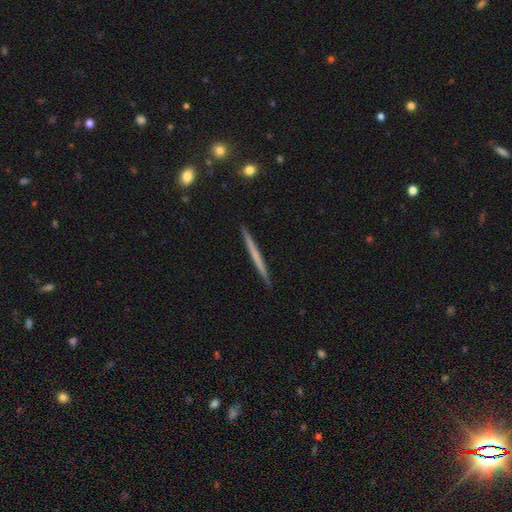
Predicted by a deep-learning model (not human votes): Smooth or featured? featured or disk (49%)
Merging? none (93%)